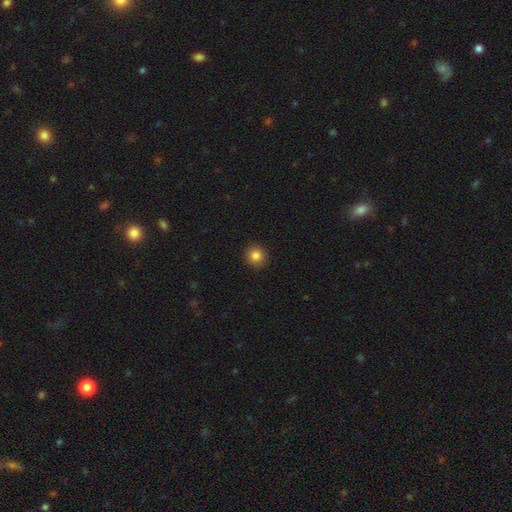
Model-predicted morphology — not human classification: smooth 84%, star or artifact 11%, featured or disk 5%. Down the decision tree: how rounded — round (90%); merging — none (92%).